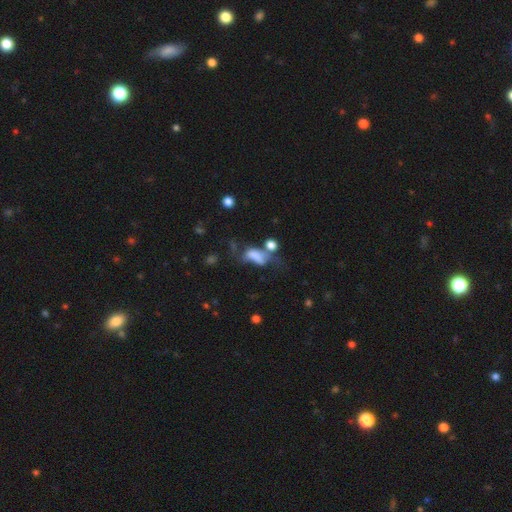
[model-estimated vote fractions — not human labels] Smooth or featured: smooth — 58% (featured or disk — 27%)
How rounded: in between — 79% (round — 12%)
Merging: major disturbance — 35% (merger — 31%)